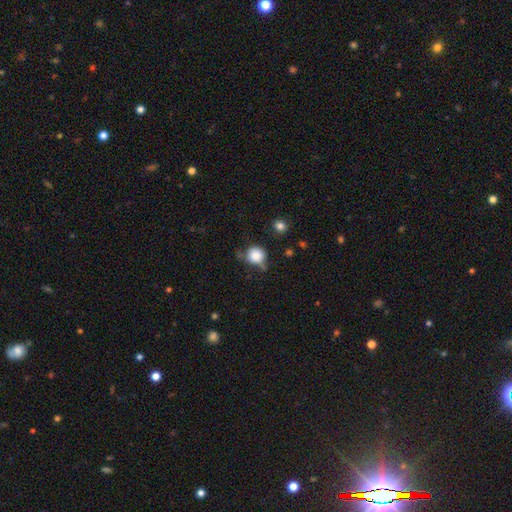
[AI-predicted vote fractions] A smooth galaxy with no disk features (82%) that is round (87%).

Vote fractions:
- Smooth or featured? smooth: 82% / star or artifact: 10% / featured or disk: 8%
- How rounded? round: 87% / in between: 11% / cigar-shaped: 1%
- Merging? none: 58% / minor disturbance: 26% / merger: 9% / major disturbance: 8%